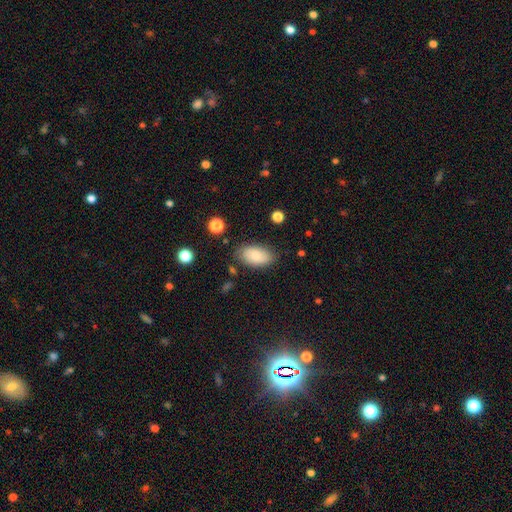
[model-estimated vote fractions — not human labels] smooth 81%, featured or disk 12%, star or artifact 7%. Down the decision tree: how rounded — in between (94%); merging — none (80%).